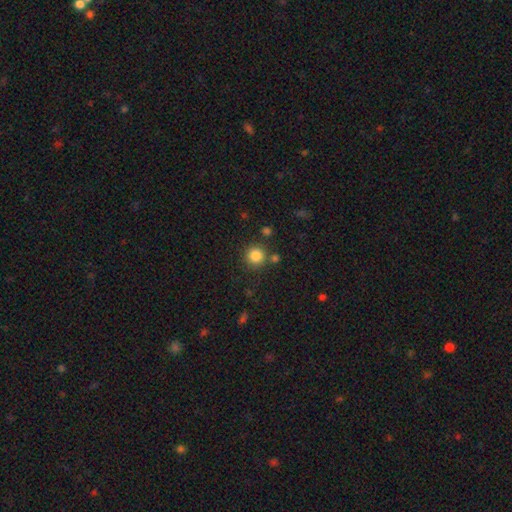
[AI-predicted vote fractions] A smooth galaxy with no disk features (84%) that is round (94%).

Vote fractions:
- Smooth or featured? smooth: 84% / star or artifact: 11% / featured or disk: 5%
- How rounded? round: 94% / in between: 5% / cigar-shaped: 1%
- Merging? none: 81% / minor disturbance: 8% / merger: 8% / major disturbance: 3%